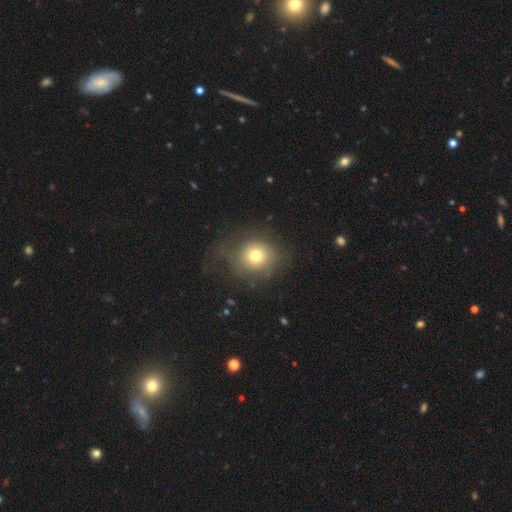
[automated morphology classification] smooth_or_featured: smooth (p=0.71) [alt: featured or disk p=0.15]
how_rounded: round (p=0.88) [alt: in between p=0.11]
merging: none (p=0.65) [alt: minor disturbance p=0.17]